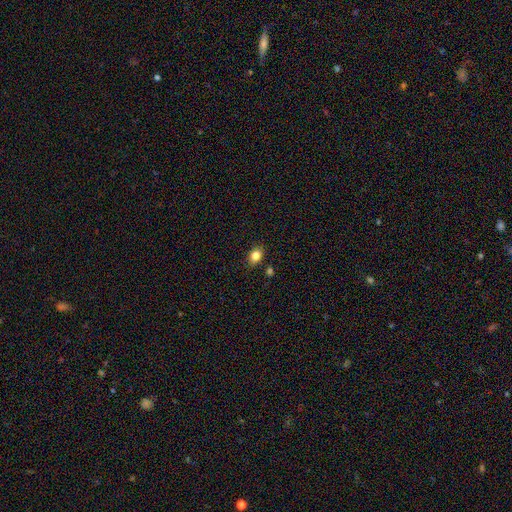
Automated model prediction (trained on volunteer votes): This is clearly a smooth galaxy (83%). How rounded: likely in between (70%). Merging: clearly none (83%).